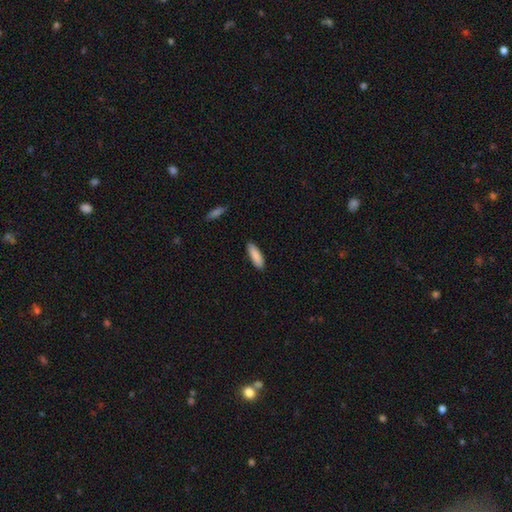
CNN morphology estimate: Q: Smooth or featured?
A: smooth (88%); runner-up: star or artifact (6%)
Q: How rounded?
A: in between (52%); runner-up: cigar-shaped (46%)
Q: Merging?
A: none (88%); runner-up: minor disturbance (9%)